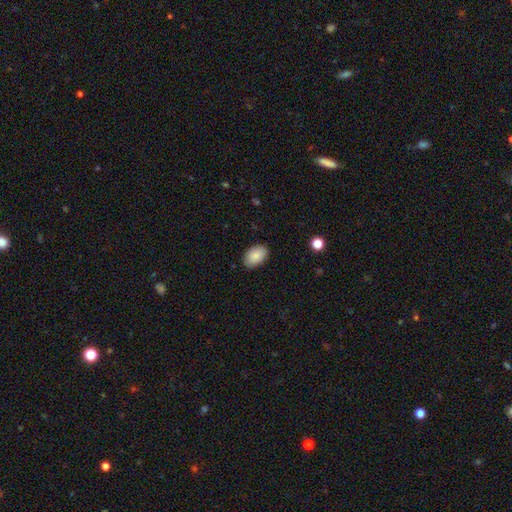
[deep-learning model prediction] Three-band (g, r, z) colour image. It shows a smooth galaxy with no disk features (88%) that is in between round and cigar-shaped (91%). Merging: none (86%).